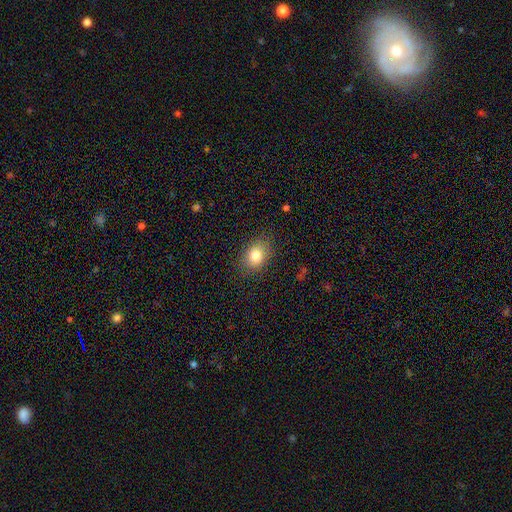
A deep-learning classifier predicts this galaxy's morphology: smooth 81%, star or artifact 10%, featured or disk 9%. Down the decision tree: how rounded — in between (69%); merging — none (84%).